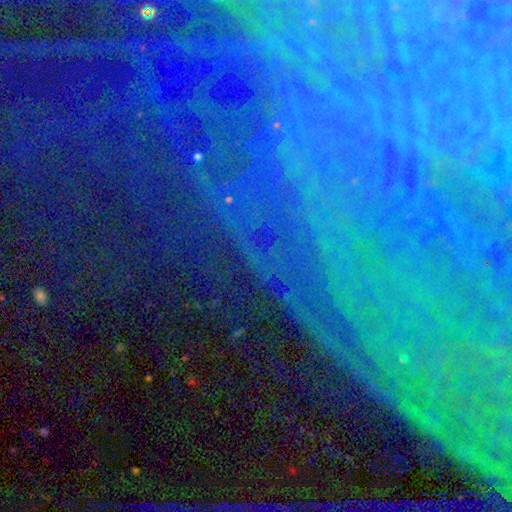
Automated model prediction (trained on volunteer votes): Smooth or featured?
  - star or artifact: 84% *
  - featured or disk: 9%
  - smooth: 7%